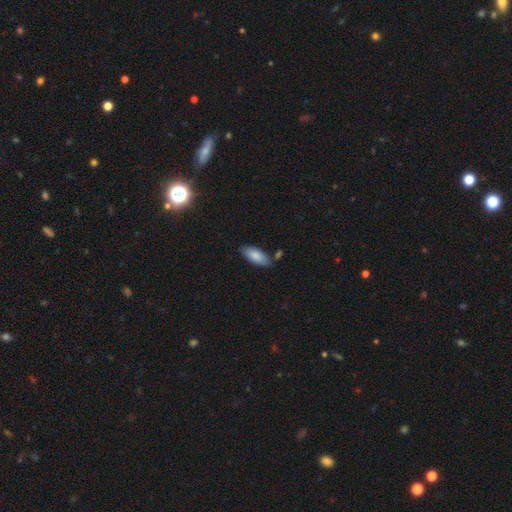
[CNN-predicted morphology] smooth-or-featured: smooth: 85% | featured or disk: 9% | star or artifact: 6%
  how-rounded: in between: 85% | cigar-shaped: 14% | round: 2%
  merging: none: 77% | minor disturbance: 14% | merger: 6% | major disturbance: 3%